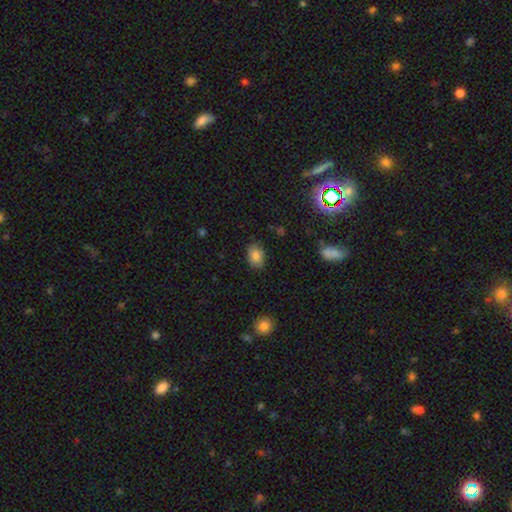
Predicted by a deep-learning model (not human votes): A smooth galaxy with no disk features (85%) that is in between round and cigar-shaped (79%).

Vote fractions:
- Smooth or featured? smooth: 85% / star or artifact: 9% / featured or disk: 6%
- How rounded? in between: 79% / round: 20% / cigar-shaped: 1%
- Merging? none: 84% / minor disturbance: 12% / major disturbance: 3% / merger: 1%